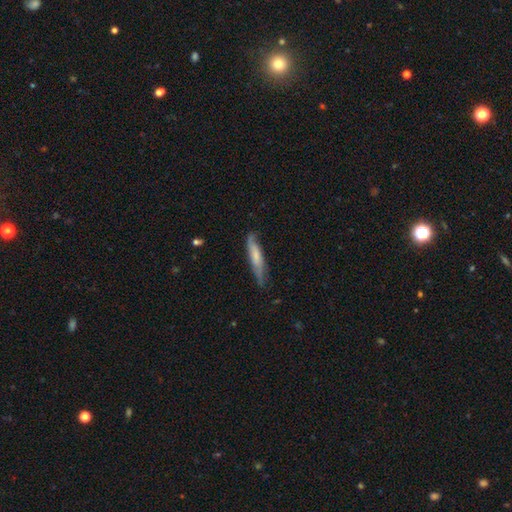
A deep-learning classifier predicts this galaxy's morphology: This is possibly a smooth galaxy (56%). How rounded: clearly cigar-shaped (85%). Merging: likely none (69%).